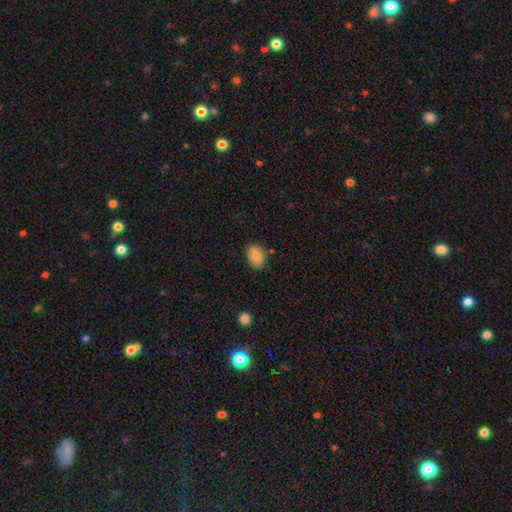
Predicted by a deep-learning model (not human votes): Q: Smooth or featured?
A: smooth (82%); runner-up: featured or disk (10%)
Q: How rounded?
A: in between (76%); runner-up: round (23%)
Q: Merging?
A: none (82%); runner-up: minor disturbance (13%)